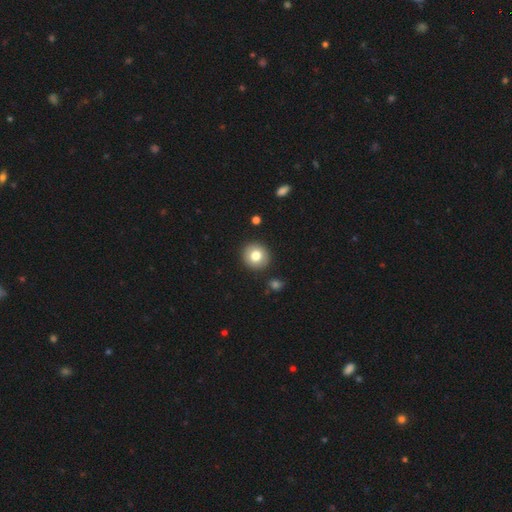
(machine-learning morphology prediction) smooth_or_featured: smooth (p=0.79) [alt: featured or disk p=0.12]
how_rounded: round (p=0.90) [alt: in between p=0.09]
merging: none (p=0.90) [alt: minor disturbance p=0.06]